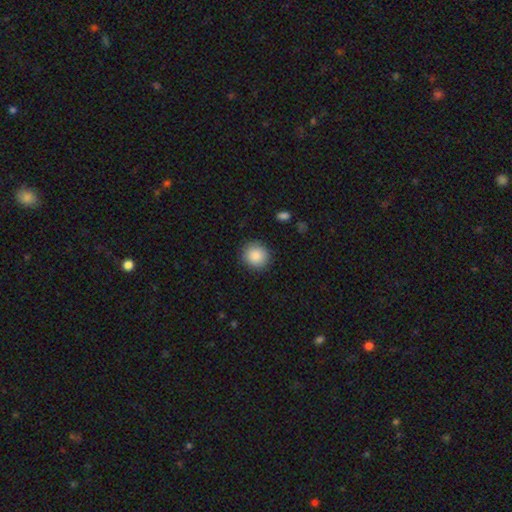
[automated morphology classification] Smooth or featured?
  - smooth: 88% *
  - star or artifact: 8%
  - featured or disk: 4%
How rounded?
  - round: 90% *
  - in between: 9%
  - cigar-shaped: 1%
Merging?
  - none: 89% *
  - minor disturbance: 7%
  - major disturbance: 2%
  - merger: 1%